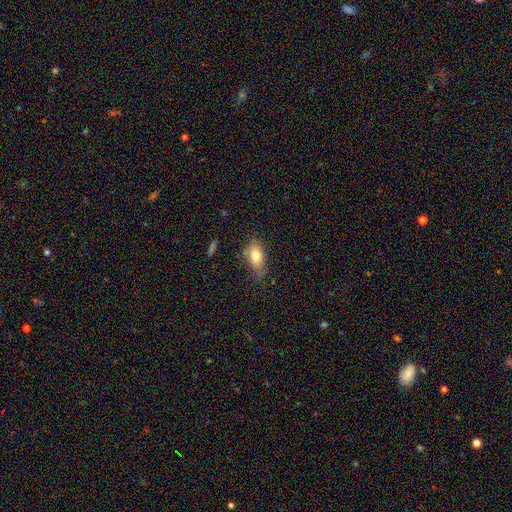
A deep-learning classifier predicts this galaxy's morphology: This appears to be a smooth galaxy with no disk features (78%) that is in between round and cigar-shaped (86%). Merging: none (62%).